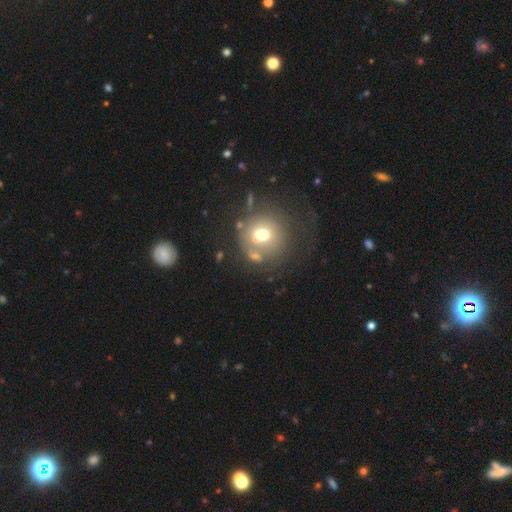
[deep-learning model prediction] Smooth or featured? smooth (59%)
How rounded? round (88%)
Merging? none (55%)